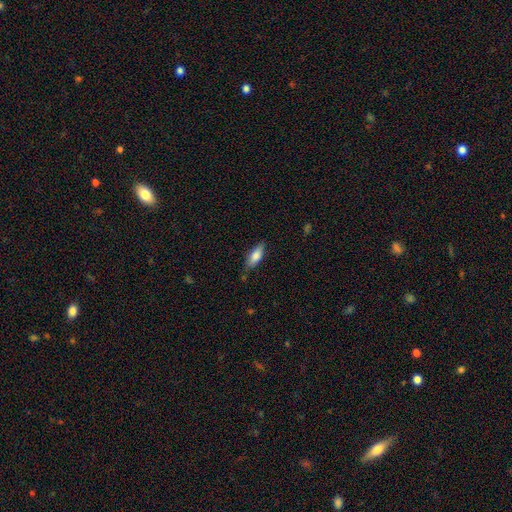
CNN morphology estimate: Smooth or featured?
  - smooth: 79% *
  - featured or disk: 15%
  - star or artifact: 6%
How rounded?
  - in between: 66% *
  - cigar-shaped: 32%
  - round: 2%
Merging?
  - none: 78% *
  - minor disturbance: 17%
  - major disturbance: 3%
  - merger: 2%